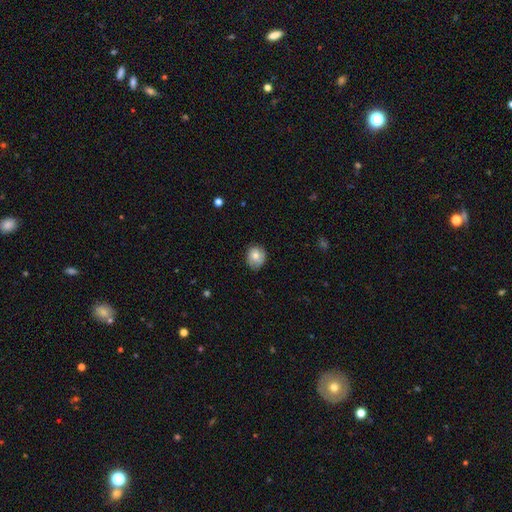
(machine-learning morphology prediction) Overall: smooth (75%). How rounded: round (68%; in between 31%). Merging: none (74%).